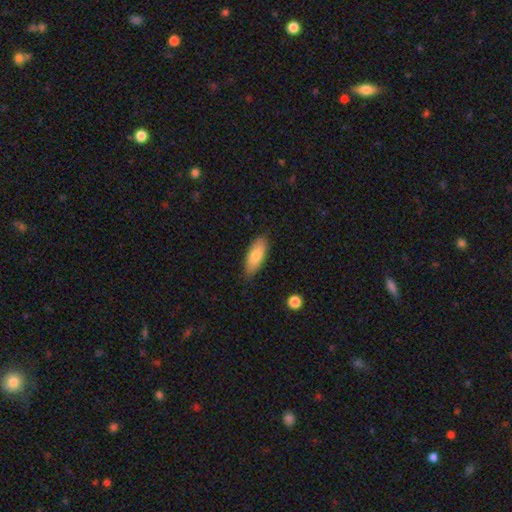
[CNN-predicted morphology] The model was most divided on "how rounded": in between: 79%, cigar-shaped: 19%, round: 2%. More confident: merging — none (83%); smooth or featured — smooth (79%).